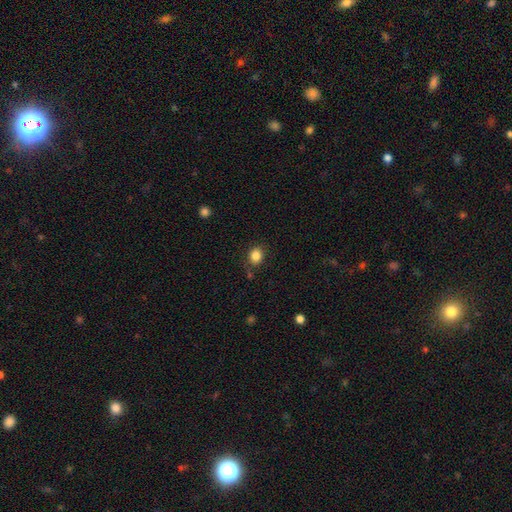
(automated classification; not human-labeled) The model was most divided on "how rounded": round: 57%, in between: 42%, cigar-shaped: 1%. More confident: smooth or featured — smooth (85%); merging — none (79%).